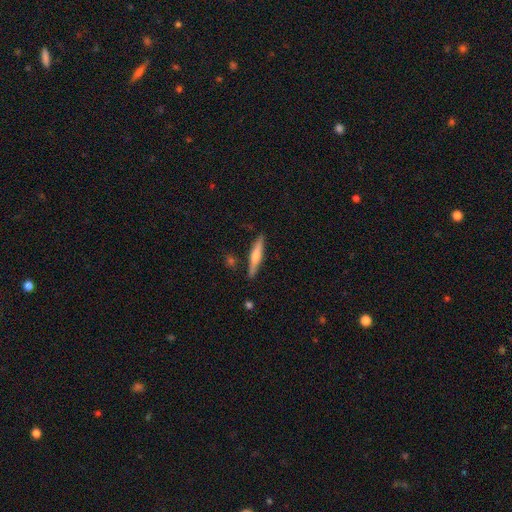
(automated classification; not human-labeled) This is possibly a featured or disk galaxy (50%). It is clearly viewed edge-on (96%). Merging: clearly none (87%).